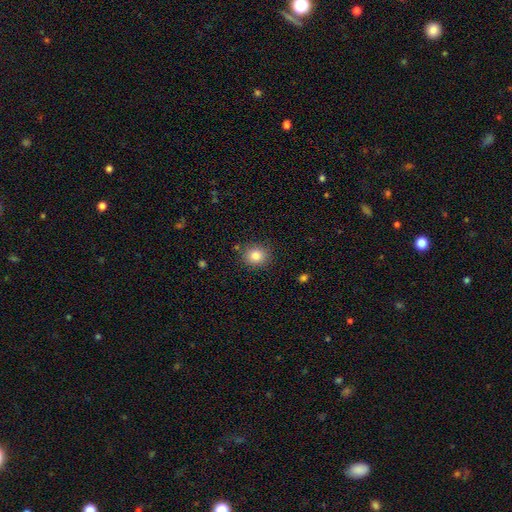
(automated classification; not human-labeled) Overall: smooth (82%). How rounded: round (84%). Merging: none (87%).